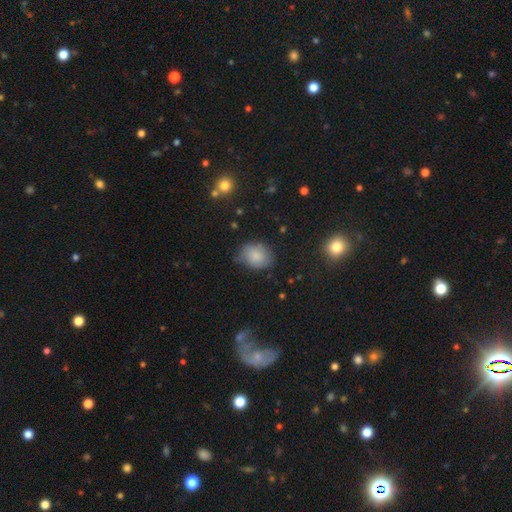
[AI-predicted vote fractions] Smooth or featured? smooth (81%)
How rounded? in between (55%)
Merging? none (65%)